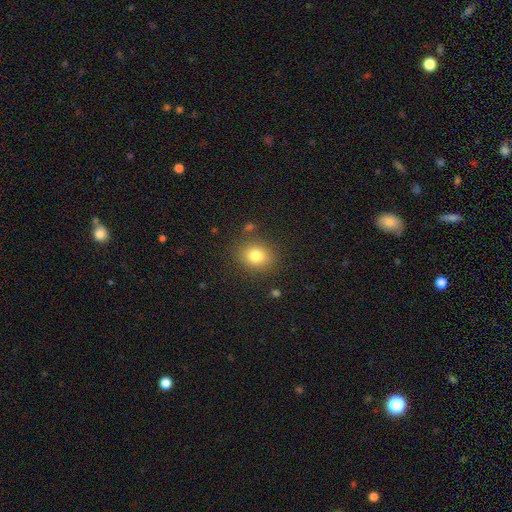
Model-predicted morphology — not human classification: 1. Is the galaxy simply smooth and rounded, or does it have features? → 80% smooth, 11% star or artifact, 9% featured or disk.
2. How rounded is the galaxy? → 64% round, 36% in between, 1% cigar-shaped.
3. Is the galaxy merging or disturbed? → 82% none, 11% minor disturbance, 4% major disturbance, 3% merger.